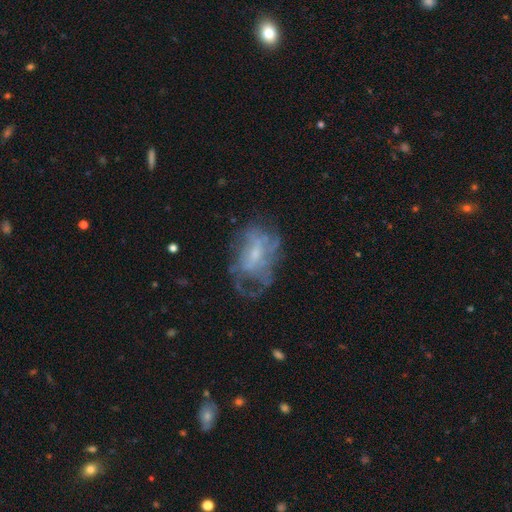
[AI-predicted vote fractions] smooth_or_featured: featured or disk (p=0.61) [alt: smooth p=0.24]
disk_edge_on: no (p=0.95) [alt: yes p=0.05]
bar: no (p=0.56) [alt: weak p=0.36]
has_spiral_arms: yes (p=0.59) [alt: no p=0.41]
bulge_size: small (p=0.59) [alt: moderate p=0.28]
merging: none (p=0.52) [alt: major disturbance p=0.24]